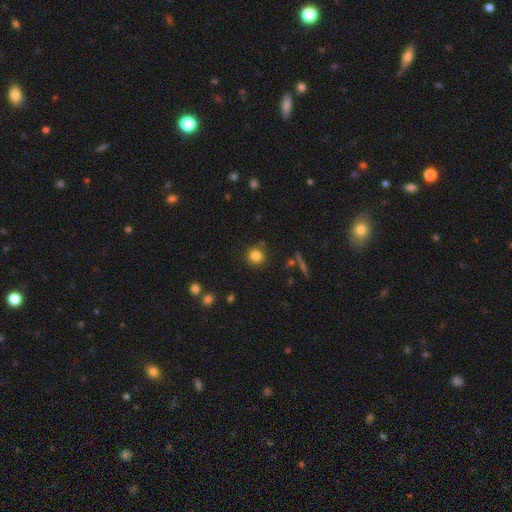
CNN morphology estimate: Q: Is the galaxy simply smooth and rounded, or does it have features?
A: smooth — 81%.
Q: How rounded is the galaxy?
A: round — 91%.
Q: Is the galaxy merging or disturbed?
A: none — 85%.